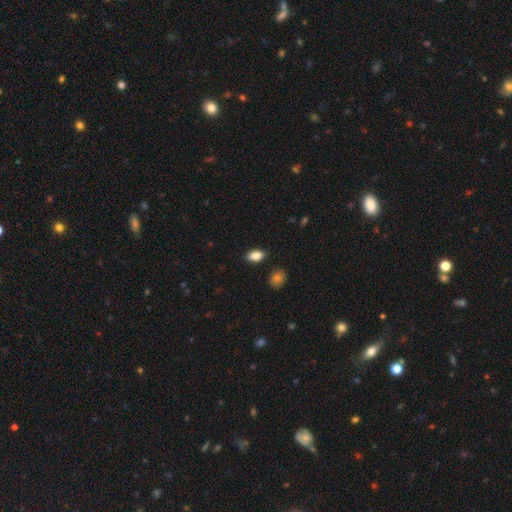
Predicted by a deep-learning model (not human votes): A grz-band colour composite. It shows a smooth galaxy with no disk features (85%) that is in between round and cigar-shaped (90%). Merging: none (87%).